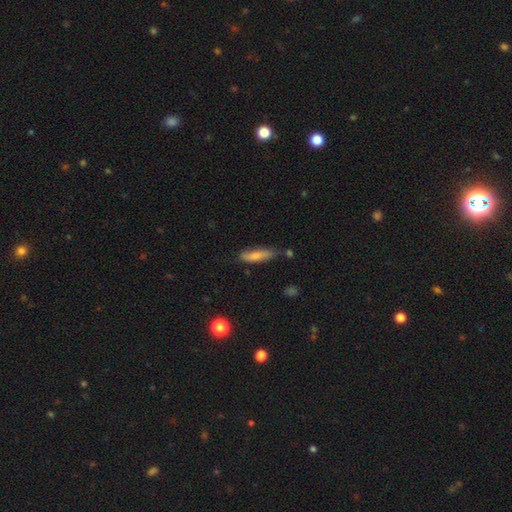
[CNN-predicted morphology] Smooth or featured? smooth (76%)
How rounded? cigar-shaped (65%)
Merging? none (65%)